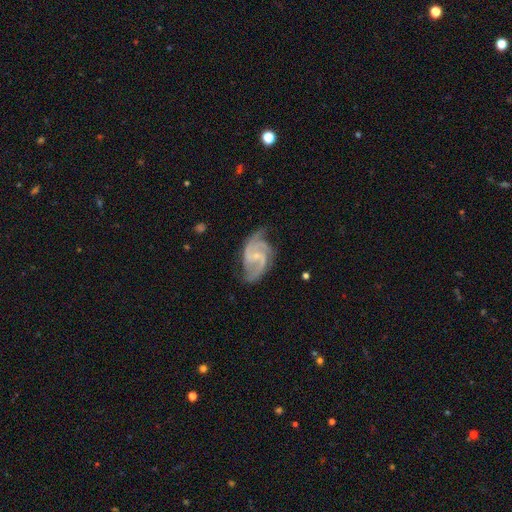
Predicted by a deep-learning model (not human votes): Smooth or featured?
  - featured or disk: 92% *
  - star or artifact: 4%
  - smooth: 4%
Edge-on disk?
  - no: 98% *
  - yes: 2%
Bar?
  - weak: 47% *
  - no: 39%
  - strong: 14%
Spiral arms?
  - yes: 98% *
  - no: 2%
Spiral winding?
  - medium: 57% *
  - tight: 26%
  - loose: 17%
Spiral arm count?
  - 2: 55% *
  - 3: 29%
  - can't tell: 6%
  - 4: 4%
  - 1: 3%
  - more than 4: 3%
Bulge size?
  - small: 72% *
  - moderate: 21%
  - none: 4%
  - large: 1%
  - dominant: 1%
Merging?
  - none: 68% *
  - minor disturbance: 22%
  - major disturbance: 9%
  - merger: 2%